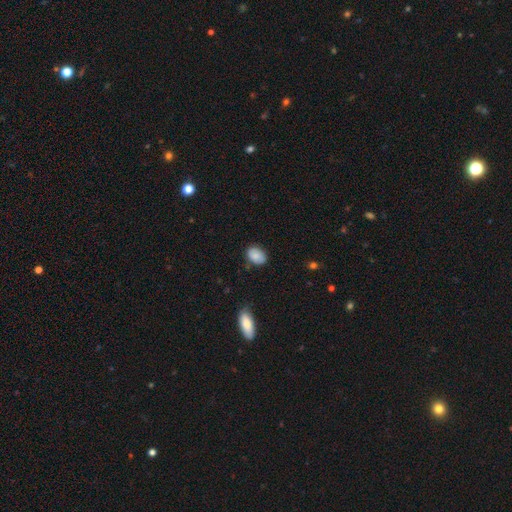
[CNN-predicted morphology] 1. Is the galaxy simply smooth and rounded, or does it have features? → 85% smooth, 8% star or artifact, 7% featured or disk.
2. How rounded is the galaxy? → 75% in between, 24% round, 1% cigar-shaped.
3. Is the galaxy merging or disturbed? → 78% none, 17% minor disturbance, 3% major disturbance, 2% merger.